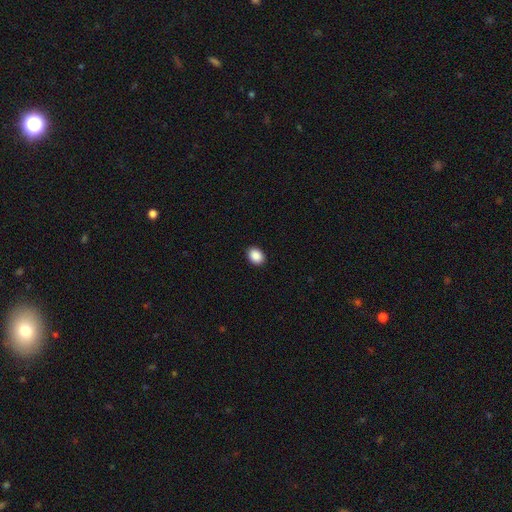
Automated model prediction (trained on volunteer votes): Q: Smooth or featured?
A: smooth (90%); runner-up: star or artifact (8%)
Q: How rounded?
A: in between (64%); runner-up: round (35%)
Q: Merging?
A: none (91%); runner-up: minor disturbance (6%)